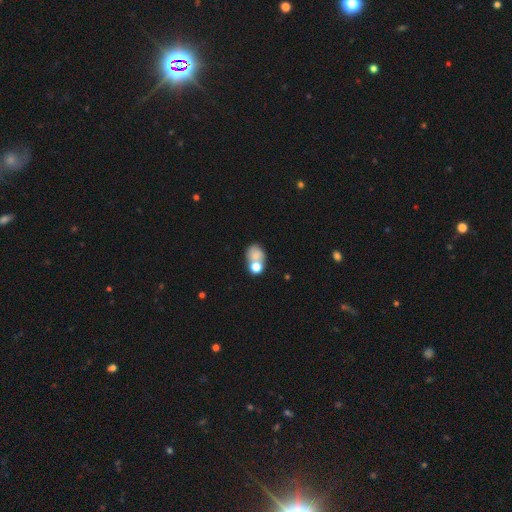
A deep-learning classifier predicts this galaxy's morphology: Smooth or featured: smooth — 73% (featured or disk — 15%)
How rounded: in between — 55% (round — 44%)
Merging: merger — 44% (none — 35%)